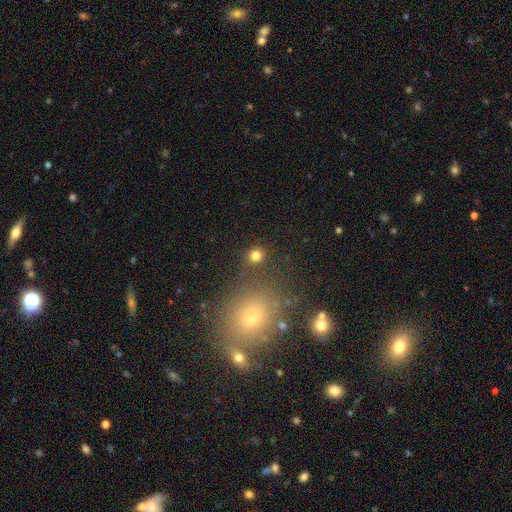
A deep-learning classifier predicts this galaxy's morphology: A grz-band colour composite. It shows a smooth galaxy with no disk features (81%) that is round (89%). Merging: none (84%).